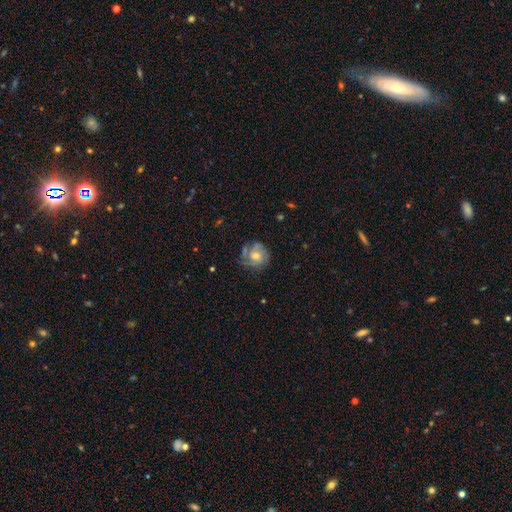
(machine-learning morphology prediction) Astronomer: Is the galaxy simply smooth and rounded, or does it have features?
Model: featured or disk — 54% (runner-up: smooth, 36%).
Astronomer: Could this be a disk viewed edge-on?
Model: no — 97%.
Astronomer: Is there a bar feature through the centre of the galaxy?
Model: no — 77%.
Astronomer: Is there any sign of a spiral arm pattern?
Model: yes — 70%.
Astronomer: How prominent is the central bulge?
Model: moderate — 65%.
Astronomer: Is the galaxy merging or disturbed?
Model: none — 58%.